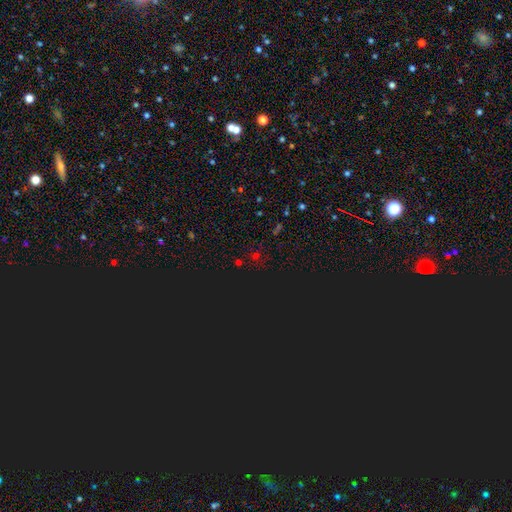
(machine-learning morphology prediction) smooth-or-featured: star or artifact: 60% | smooth: 33% | featured or disk: 7%